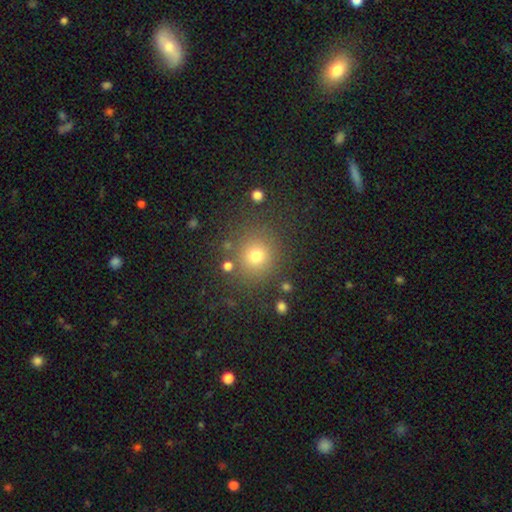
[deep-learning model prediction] A smooth galaxy with no disk features (73%) that is round (90%).

Vote fractions:
- Smooth or featured? smooth: 73% / star or artifact: 18% / featured or disk: 9%
- How rounded? round: 90% / in between: 9% / cigar-shaped: 1%
- Merging? none: 83% / minor disturbance: 9% / major disturbance: 4% / merger: 4%